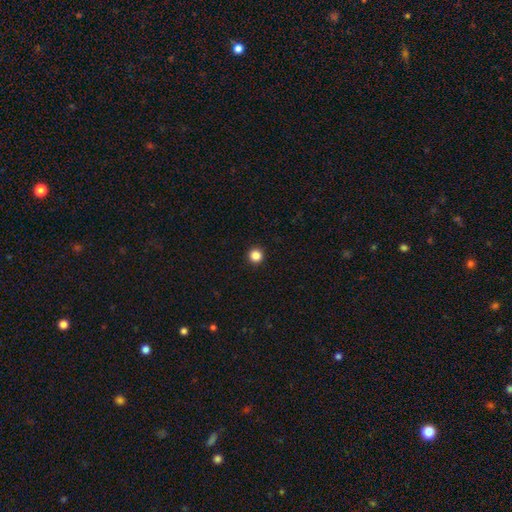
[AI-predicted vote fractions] A smooth galaxy with no disk features (85%) that is round (96%).

Vote fractions:
- Smooth or featured? smooth: 85% / star or artifact: 11% / featured or disk: 3%
- How rounded? round: 96% / in between: 3% / cigar-shaped: 1%
- Merging? none: 94% / minor disturbance: 4% / major disturbance: 1% / merger: 1%